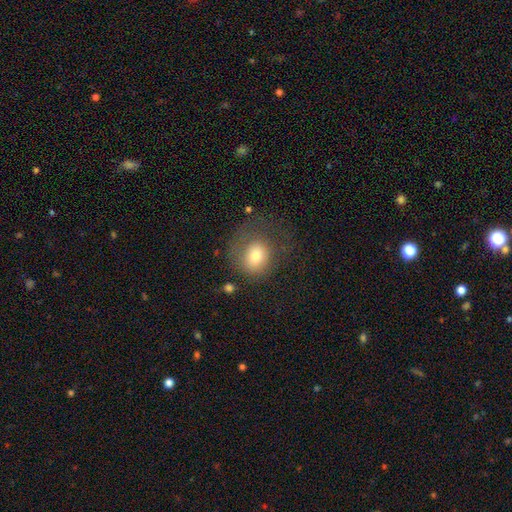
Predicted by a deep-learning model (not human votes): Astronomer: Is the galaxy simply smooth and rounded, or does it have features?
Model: smooth — 72%.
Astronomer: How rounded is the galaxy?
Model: round — 69%.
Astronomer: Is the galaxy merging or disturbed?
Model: none — 45% (runner-up: major disturbance, 30%).